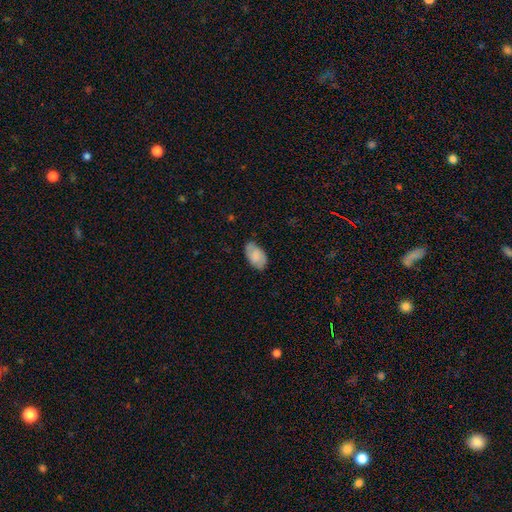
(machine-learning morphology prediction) Q: Smooth or featured?
A: smooth (74%); runner-up: featured or disk (19%)
Q: How rounded?
A: in between (94%); runner-up: round (4%)
Q: Merging?
A: none (75%); runner-up: minor disturbance (20%)